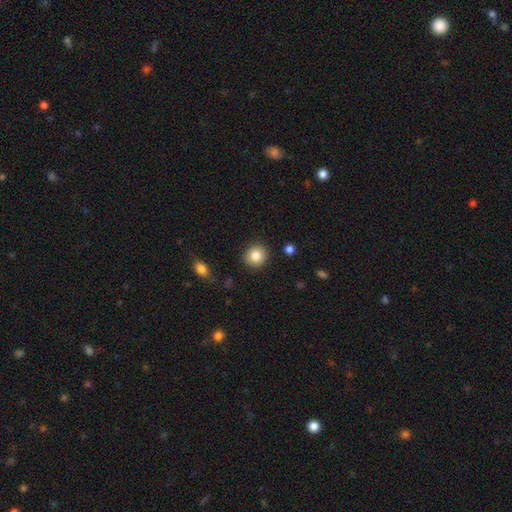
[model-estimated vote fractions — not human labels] Smooth or featured: smooth — 85% (star or artifact — 9%)
How rounded: round — 88% (in between — 11%)
Merging: none — 90% (minor disturbance — 7%)